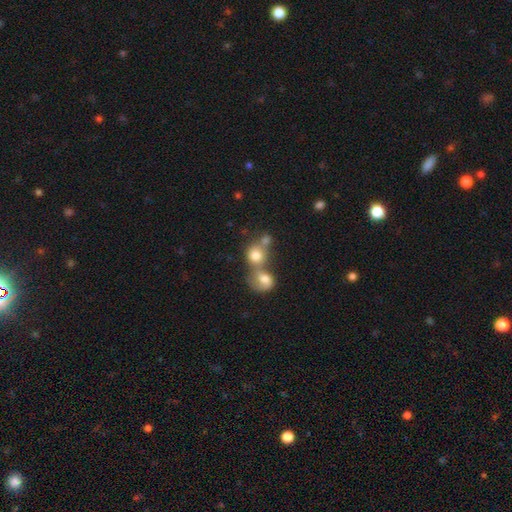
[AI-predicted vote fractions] This appears to be a smooth galaxy with no disk features (74%) that is round (75%). Merging: merger (66%).